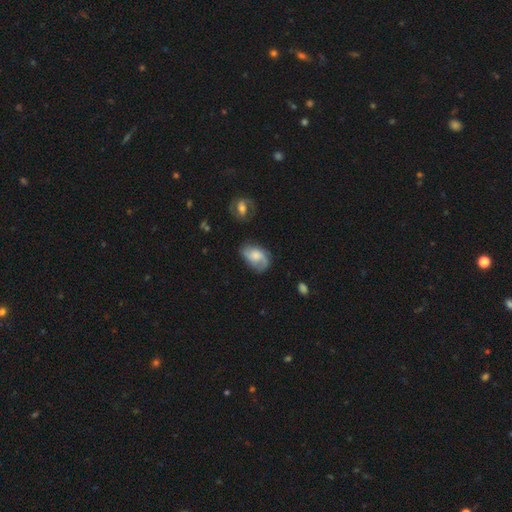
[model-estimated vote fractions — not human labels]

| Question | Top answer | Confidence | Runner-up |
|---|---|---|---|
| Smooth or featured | featured or disk | 53% | smooth (40%) |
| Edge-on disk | no | 96% | yes (4%) |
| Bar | no | 66% | weak (30%) |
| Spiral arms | yes | 86% | no (14%) |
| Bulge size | moderate | 41% | small (23%) |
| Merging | none | 58% | minor disturbance (27%) |